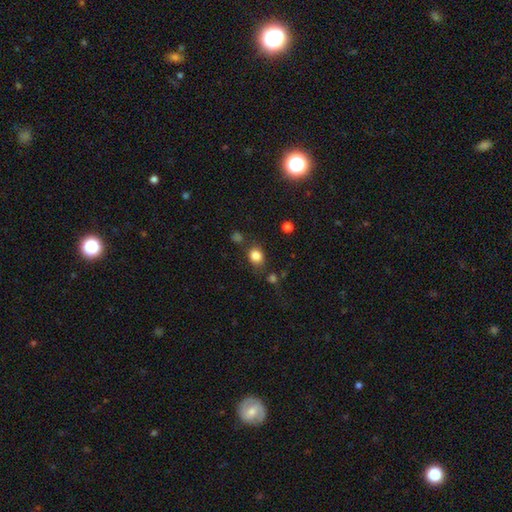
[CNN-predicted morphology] smooth_or_featured: smooth (p=0.83) [alt: star or artifact p=0.11]
how_rounded: round (p=0.56) [alt: in between p=0.43]
merging: none (p=0.71) [alt: minor disturbance p=0.15]